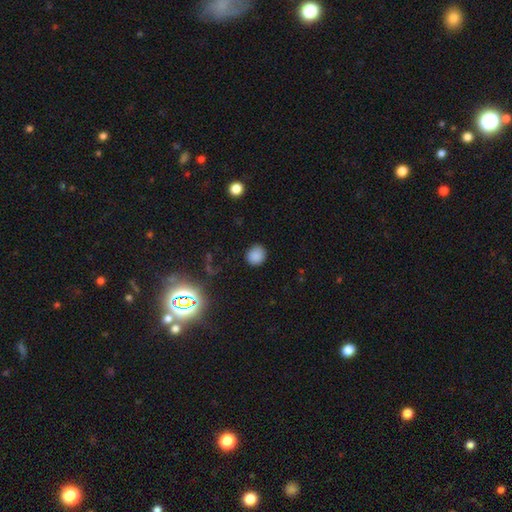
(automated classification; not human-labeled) Smooth or featured: smooth — 82% (star or artifact — 14%)
How rounded: round — 83% (in between — 16%)
Merging: none — 86% (minor disturbance — 10%)